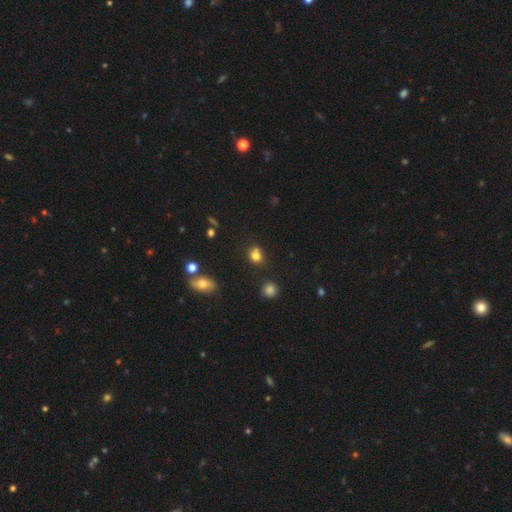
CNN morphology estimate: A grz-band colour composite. It shows a smooth galaxy with no disk features (76%) that is round (69%). Merging: none (60%).